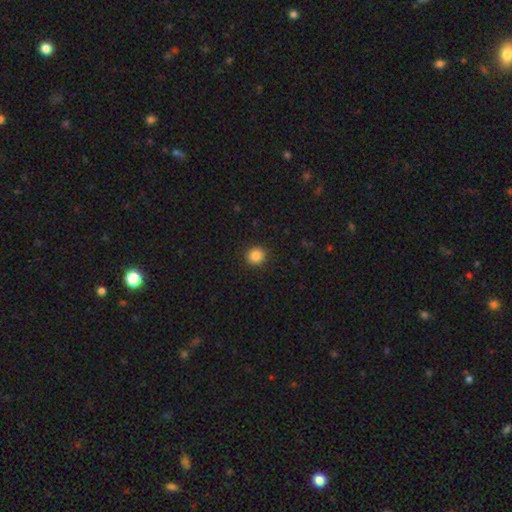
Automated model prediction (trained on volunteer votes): Smooth or featured: smooth — 86% (star or artifact — 10%)
How rounded: round — 90% (in between — 9%)
Merging: none — 91% (minor disturbance — 6%)